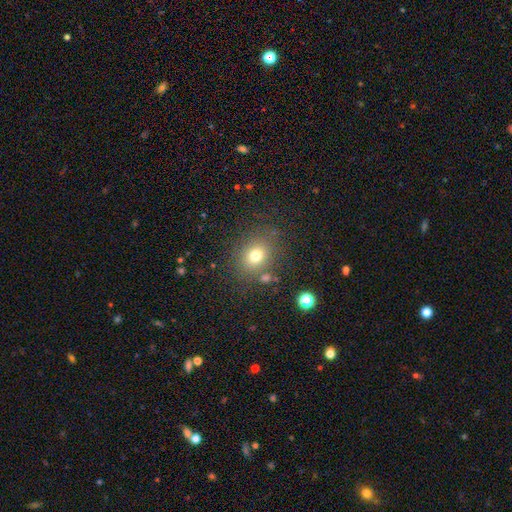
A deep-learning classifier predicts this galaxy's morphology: Smooth or featured: smooth — 75% (star or artifact — 15%)
How rounded: round — 62% (in between — 38%)
Merging: none — 78% (minor disturbance — 12%)